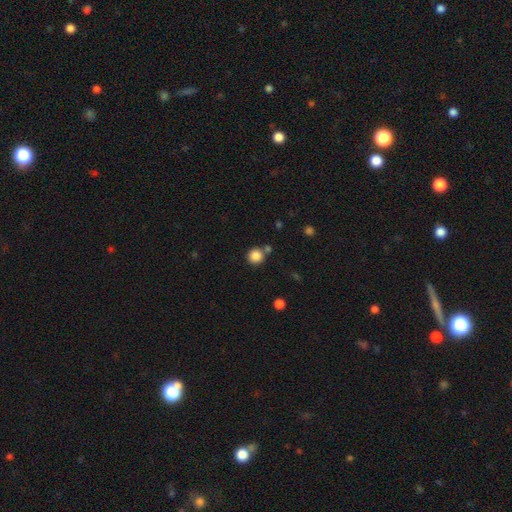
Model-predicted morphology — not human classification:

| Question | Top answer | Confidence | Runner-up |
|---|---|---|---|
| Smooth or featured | smooth | 85% | star or artifact (10%) |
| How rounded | round | 93% | in between (6%) |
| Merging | none | 73% | merger (15%) |